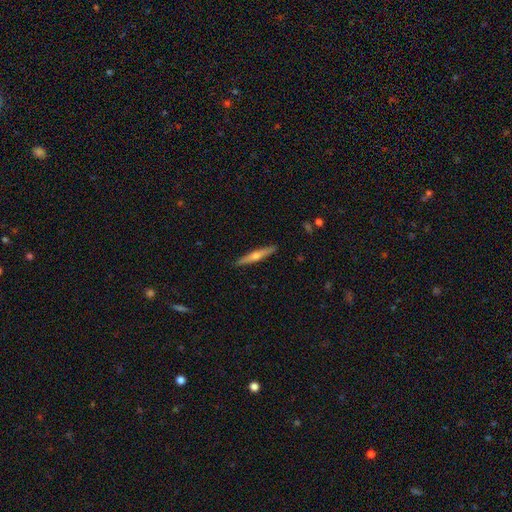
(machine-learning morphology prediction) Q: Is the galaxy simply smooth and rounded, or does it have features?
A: featured or disk — 59%.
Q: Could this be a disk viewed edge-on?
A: yes — 96%.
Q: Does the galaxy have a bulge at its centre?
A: rounded — 86%.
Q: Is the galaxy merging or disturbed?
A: none — 91%.